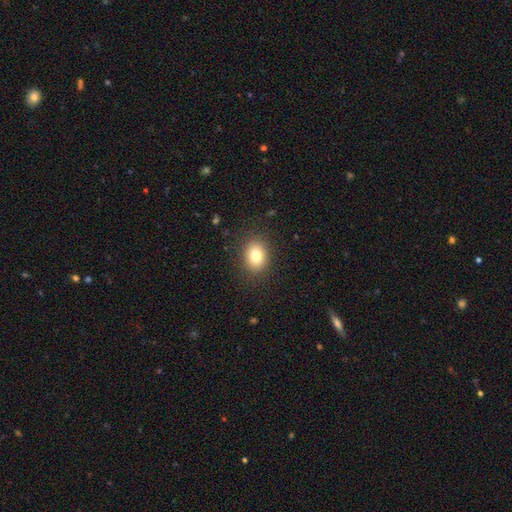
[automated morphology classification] This is likely a smooth galaxy (80%). How rounded: possibly in between (51%). Merging: clearly none (88%).